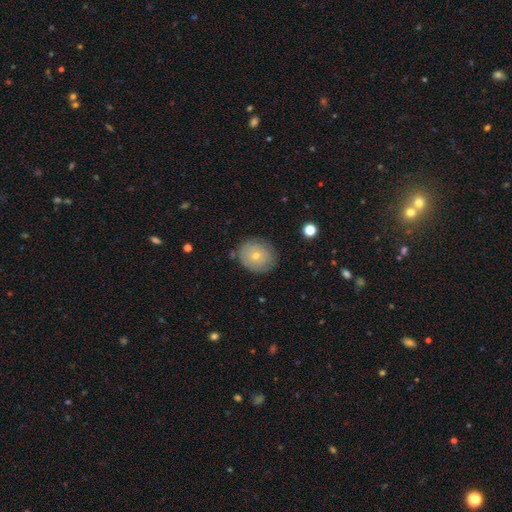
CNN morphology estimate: Q: Smooth or featured?
A: smooth (66%); runner-up: featured or disk (26%)
Q: How rounded?
A: round (69%); runner-up: in between (30%)
Q: Merging?
A: none (78%); runner-up: minor disturbance (16%)